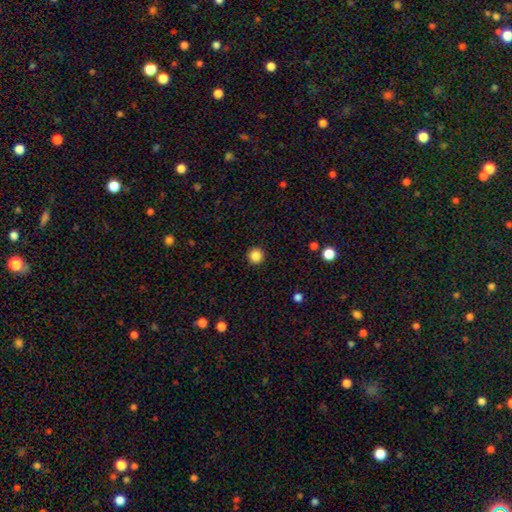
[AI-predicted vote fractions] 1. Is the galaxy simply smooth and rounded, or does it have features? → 86% smooth, 11% star or artifact, 3% featured or disk.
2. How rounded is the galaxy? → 96% round, 3% in between, 1% cigar-shaped.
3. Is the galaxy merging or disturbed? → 93% none, 4% minor disturbance, 2% major disturbance, 1% merger.